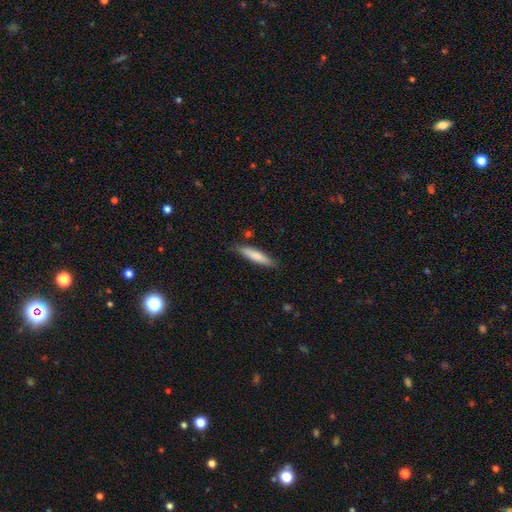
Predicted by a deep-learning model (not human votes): smooth-or-featured: smooth: 76% | featured or disk: 19% | star or artifact: 6%
  how-rounded: cigar-shaped: 85% | in between: 13% | round: 1%
  merging: none: 84% | minor disturbance: 12% | major disturbance: 2% | merger: 2%